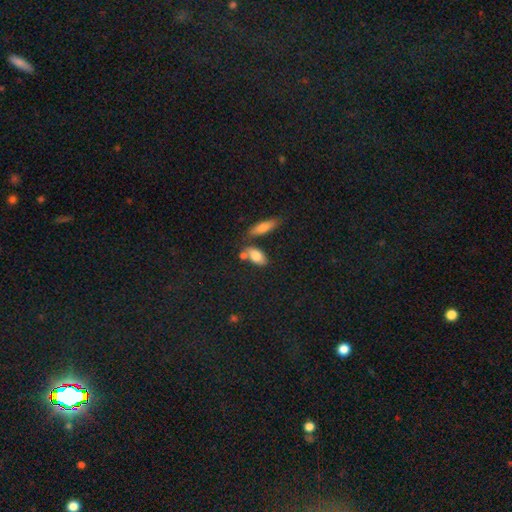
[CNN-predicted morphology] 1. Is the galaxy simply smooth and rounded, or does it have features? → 79% smooth, 13% featured or disk, 8% star or artifact.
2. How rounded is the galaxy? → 84% in between, 10% cigar-shaped, 6% round.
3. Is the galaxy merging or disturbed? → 59% none, 22% merger, 15% minor disturbance, 5% major disturbance.